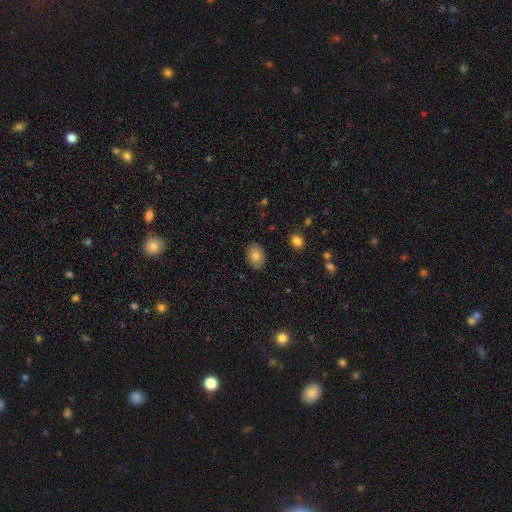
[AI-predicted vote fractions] Overall: smooth (81%). How rounded: in between (76%). Merging: none (86%).